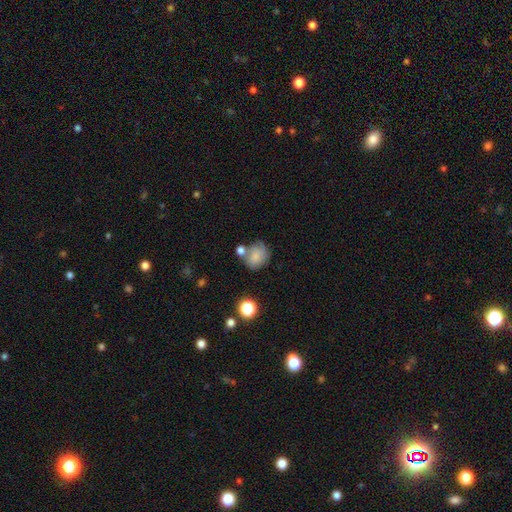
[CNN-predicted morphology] Smooth or featured? smooth (75%)
How rounded? round (62%)
Merging? none (50%)